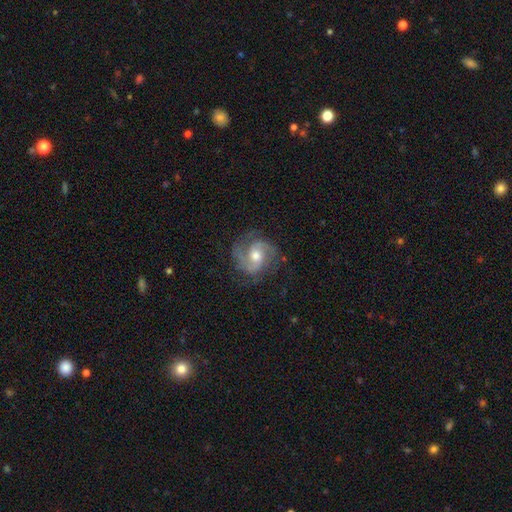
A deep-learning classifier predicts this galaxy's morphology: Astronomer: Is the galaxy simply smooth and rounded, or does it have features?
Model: featured or disk — 85%.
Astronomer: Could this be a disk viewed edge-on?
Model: no — 98%.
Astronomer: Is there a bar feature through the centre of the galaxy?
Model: no — 54% (runner-up: weak, 38%).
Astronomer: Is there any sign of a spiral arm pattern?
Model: yes — 96%.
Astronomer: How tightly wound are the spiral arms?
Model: medium — 52% (runner-up: tight, 33%).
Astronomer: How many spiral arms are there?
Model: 2 — 73%.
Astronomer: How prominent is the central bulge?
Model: moderate — 71%.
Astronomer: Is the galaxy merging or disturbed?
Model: none — 72%.